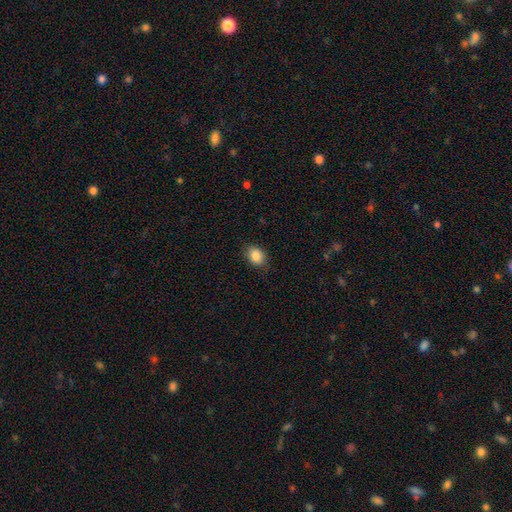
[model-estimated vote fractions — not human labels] This is clearly a smooth galaxy (87%). How rounded: likely in between (71%). Merging: clearly none (82%).